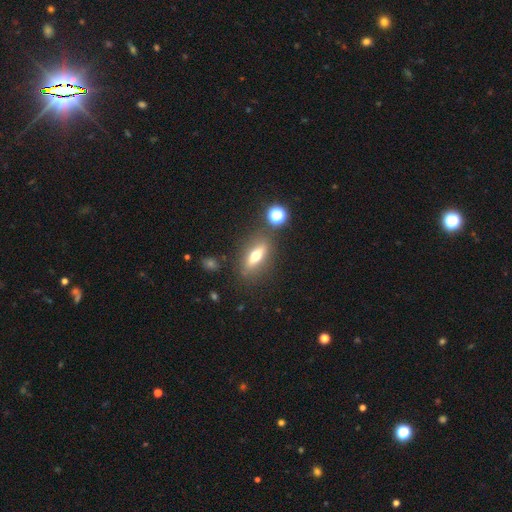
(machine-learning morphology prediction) Smooth or featured: smooth — 49% (featured or disk — 40%)
Merging: none — 80% (minor disturbance — 11%)